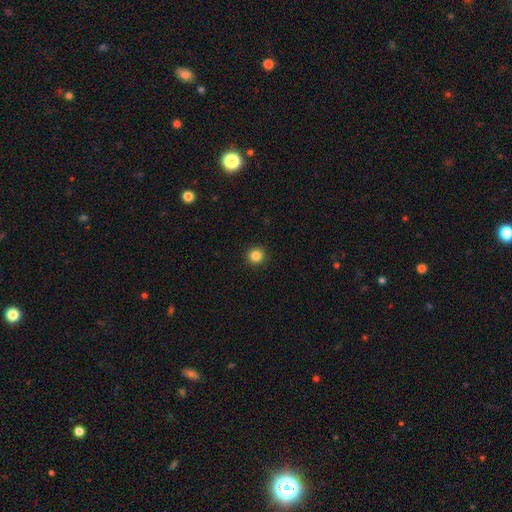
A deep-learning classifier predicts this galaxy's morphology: The model was most divided on "smooth or featured": smooth: 85%, star or artifact: 11%, featured or disk: 4%. More confident: how rounded — round (95%); merging — none (93%).